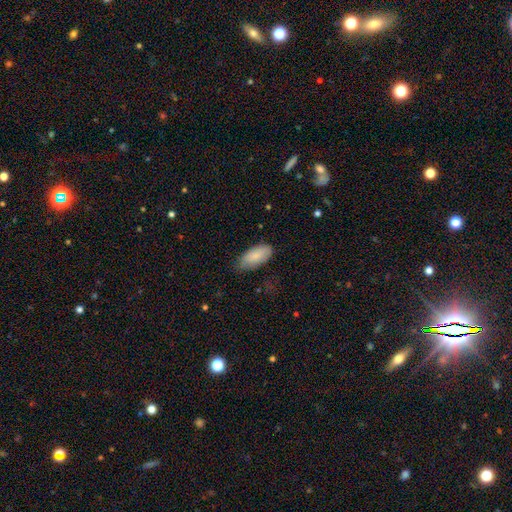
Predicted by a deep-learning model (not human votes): smooth_or_featured: smooth (p=0.87) [alt: featured or disk p=0.08]
how_rounded: in between (p=0.89) [alt: cigar-shaped p=0.09]
merging: none (p=0.74) [alt: minor disturbance p=0.21]